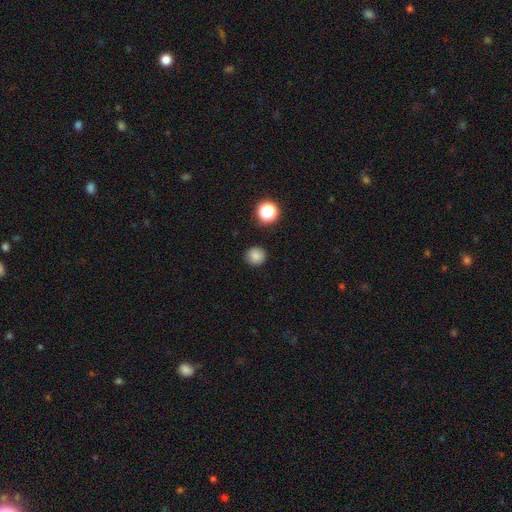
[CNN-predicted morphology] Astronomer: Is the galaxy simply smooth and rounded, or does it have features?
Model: smooth — 83%.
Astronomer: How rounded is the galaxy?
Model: round — 91%.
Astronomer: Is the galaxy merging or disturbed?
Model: none — 90%.